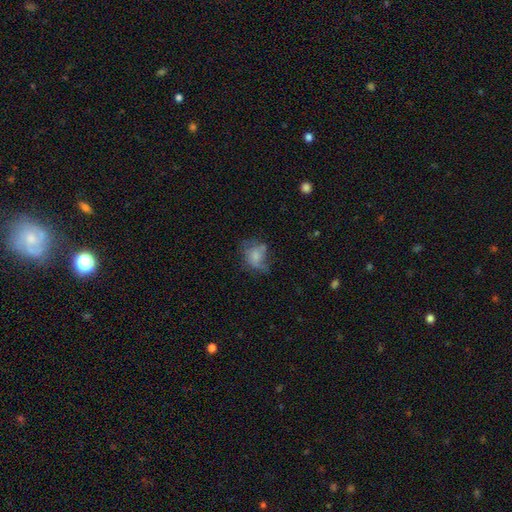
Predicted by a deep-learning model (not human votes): Overall: smooth (53%; featured or disk 35%). How rounded: in between (64%; round 34%). Merging: major disturbance (36%; none 32%).